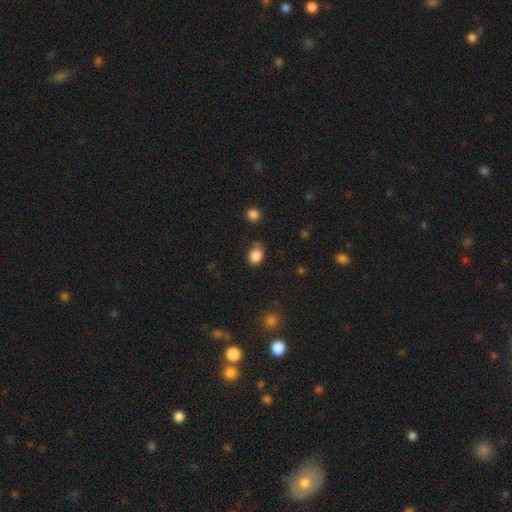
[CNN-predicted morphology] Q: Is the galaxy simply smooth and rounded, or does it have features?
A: smooth — 86%.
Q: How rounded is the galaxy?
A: in between — 55%.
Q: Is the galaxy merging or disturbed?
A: none — 57%.